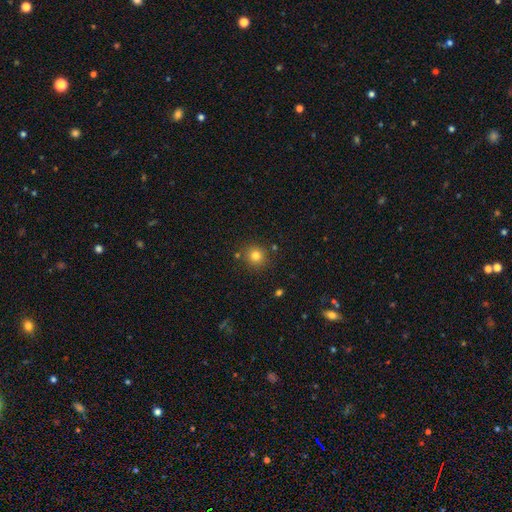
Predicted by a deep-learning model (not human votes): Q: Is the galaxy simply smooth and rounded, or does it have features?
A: smooth — 80%.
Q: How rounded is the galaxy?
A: round — 92%.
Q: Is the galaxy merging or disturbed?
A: none — 85%.